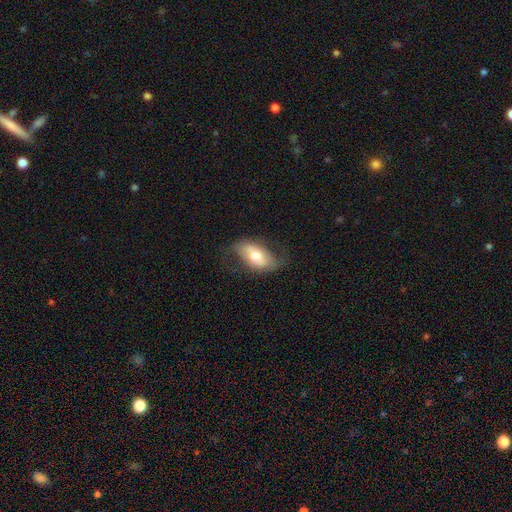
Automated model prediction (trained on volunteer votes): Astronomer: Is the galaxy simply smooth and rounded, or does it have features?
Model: smooth — 53% (runner-up: featured or disk, 41%).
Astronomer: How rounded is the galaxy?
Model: in between — 89%.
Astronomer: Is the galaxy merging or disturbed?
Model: none — 63%.